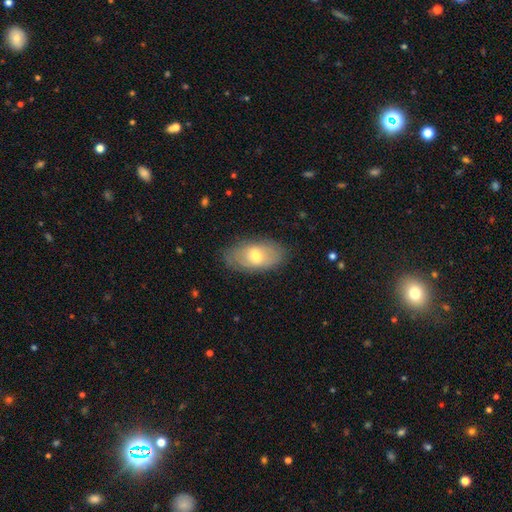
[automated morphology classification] Q: Smooth or featured?
A: smooth (60%); runner-up: featured or disk (33%)
Q: How rounded?
A: in between (92%); runner-up: round (5%)
Q: Merging?
A: none (79%); runner-up: minor disturbance (15%)